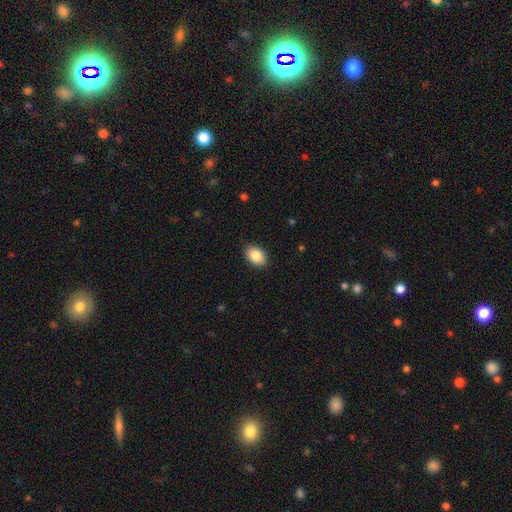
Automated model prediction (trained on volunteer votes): Overall: smooth (86%). How rounded: in between (81%). Merging: none (89%).